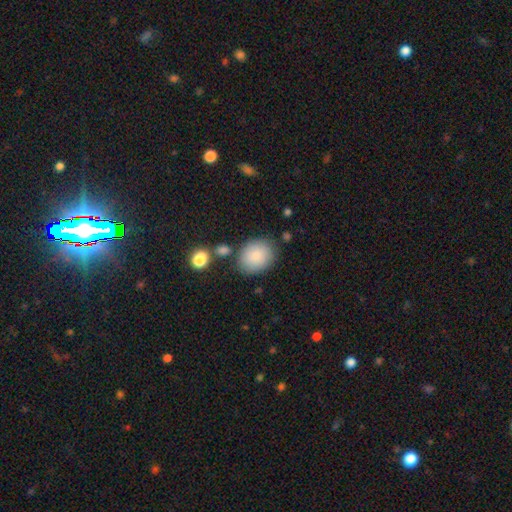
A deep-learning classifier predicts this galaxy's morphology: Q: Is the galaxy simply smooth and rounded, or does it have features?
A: smooth — 86%.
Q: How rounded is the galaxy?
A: in between — 53%.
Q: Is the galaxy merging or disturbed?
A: none — 76%.